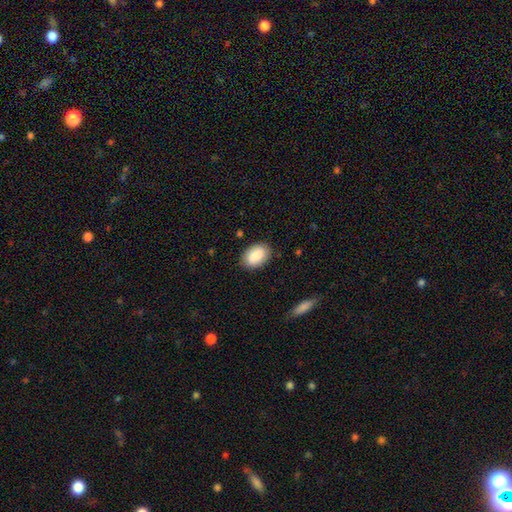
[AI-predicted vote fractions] smooth_or_featured: smooth (p=0.88) [alt: star or artifact p=0.06]
how_rounded: in between (p=0.88) [alt: round p=0.11]
merging: none (p=0.85) [alt: minor disturbance p=0.11]